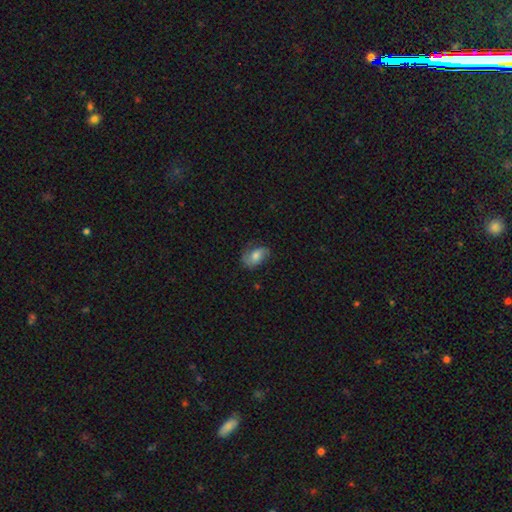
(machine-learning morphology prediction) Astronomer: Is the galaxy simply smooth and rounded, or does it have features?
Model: smooth — 55% (runner-up: featured or disk, 36%).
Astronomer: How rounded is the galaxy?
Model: in between — 85%.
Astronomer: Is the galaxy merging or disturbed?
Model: none — 60%.